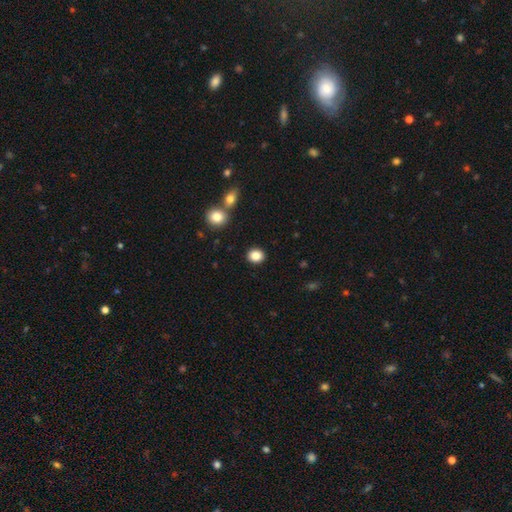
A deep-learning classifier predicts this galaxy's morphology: smooth 86%, star or artifact 9%, featured or disk 5%. Down the decision tree: how rounded — round (68%); merging — none (90%).